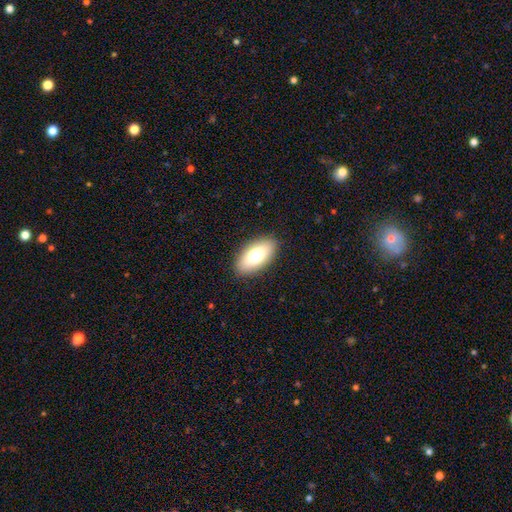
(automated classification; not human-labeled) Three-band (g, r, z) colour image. It shows a smooth galaxy with no disk features (74%) that is in between round and cigar-shaped (91%). Merging: none (88%).